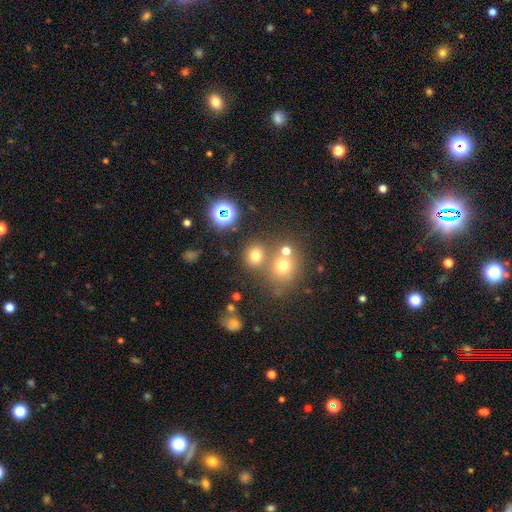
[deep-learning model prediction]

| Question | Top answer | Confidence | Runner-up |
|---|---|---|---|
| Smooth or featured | smooth | 67% | star or artifact (24%) |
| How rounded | round | 80% | in between (19%) |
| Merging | none | 64% | merger (22%) |